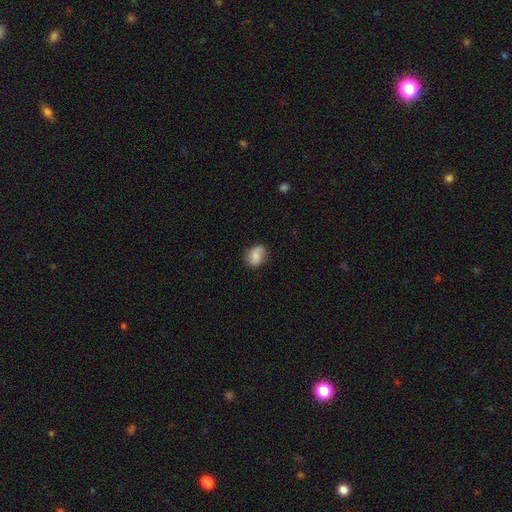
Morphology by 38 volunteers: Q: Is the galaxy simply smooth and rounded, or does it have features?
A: smooth — 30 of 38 (79%).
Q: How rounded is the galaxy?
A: in between — 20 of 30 (67%).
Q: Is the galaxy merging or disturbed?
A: none — 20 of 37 (54%).